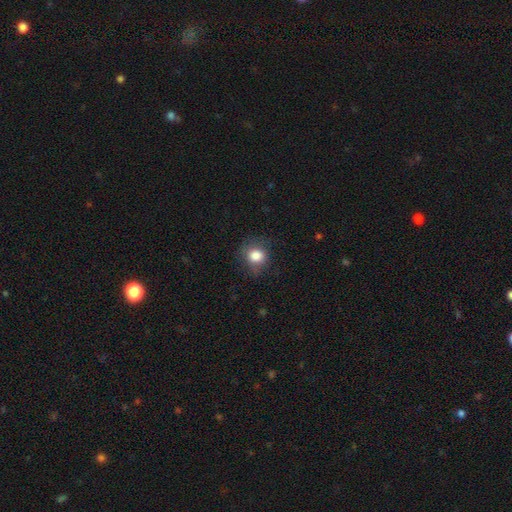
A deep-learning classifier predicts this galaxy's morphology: smooth-or-featured: smooth: 82% | star or artifact: 10% | featured or disk: 8%
  how-rounded: round: 75% | in between: 24% | cigar-shaped: 1%
  merging: none: 70% | minor disturbance: 21% | major disturbance: 8% | merger: 1%